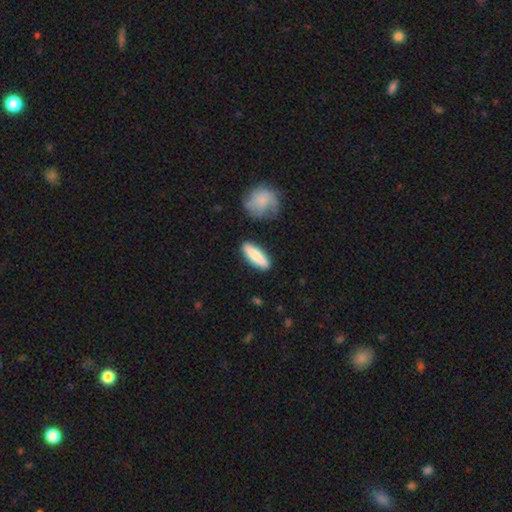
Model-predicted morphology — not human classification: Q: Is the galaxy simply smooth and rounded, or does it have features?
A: smooth — 80%.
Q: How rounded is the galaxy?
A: cigar-shaped — 56%.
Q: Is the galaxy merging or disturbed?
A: none — 84%.